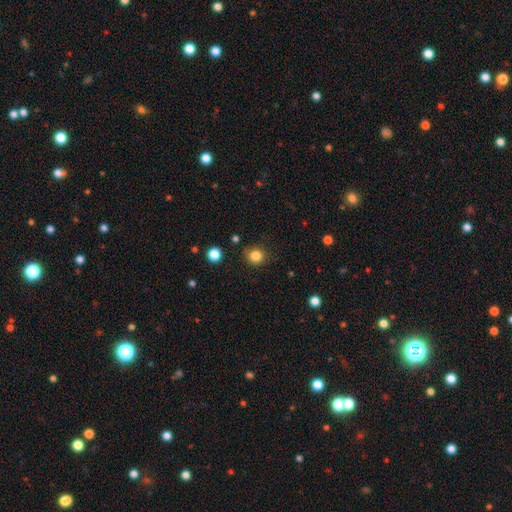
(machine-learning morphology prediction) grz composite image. It shows a smooth galaxy with no disk features (84%) that is round (89%). Merging: none (85%).